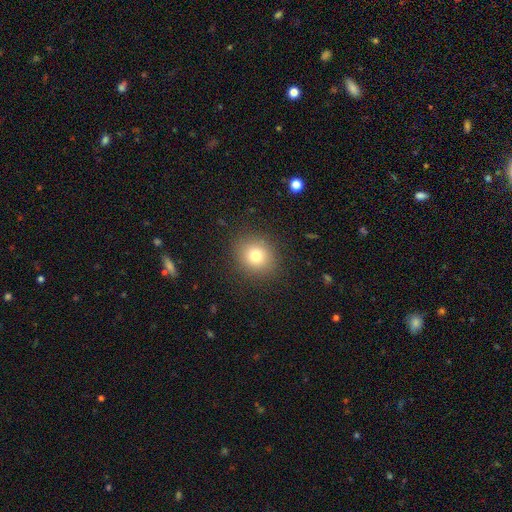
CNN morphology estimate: A smooth galaxy with no disk features (77%) that is round (81%). Merging: none (88%).